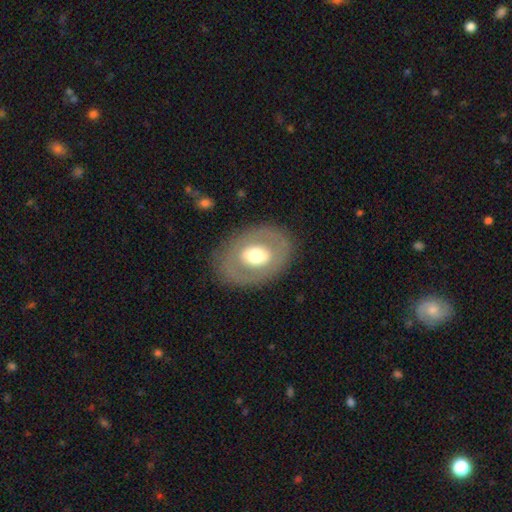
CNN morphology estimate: Q: Smooth or featured?
A: smooth (47%); runner-up: featured or disk (46%)
Q: Merging?
A: none (82%); runner-up: minor disturbance (10%)